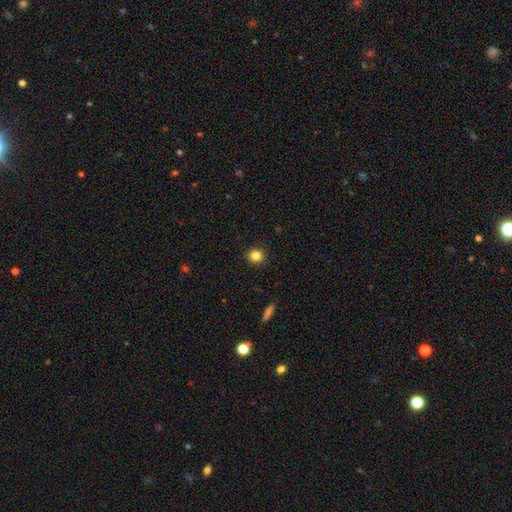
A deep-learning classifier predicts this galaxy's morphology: Smooth or featured: smooth — 84% (star or artifact — 11%)
How rounded: round — 90% (in between — 9%)
Merging: none — 92% (minor disturbance — 5%)